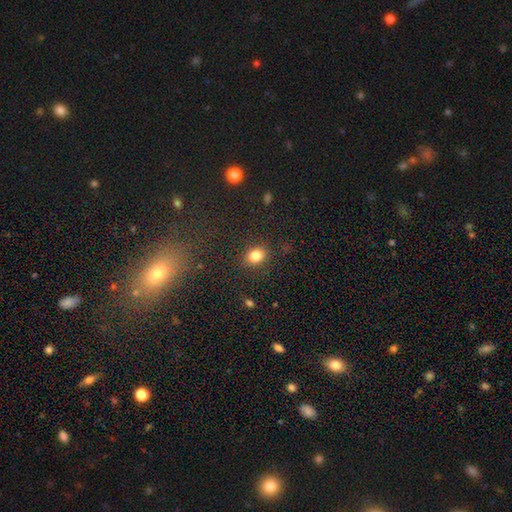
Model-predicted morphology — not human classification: This is clearly a smooth galaxy (82%). How rounded: possibly round (54%). Merging: clearly none (87%).